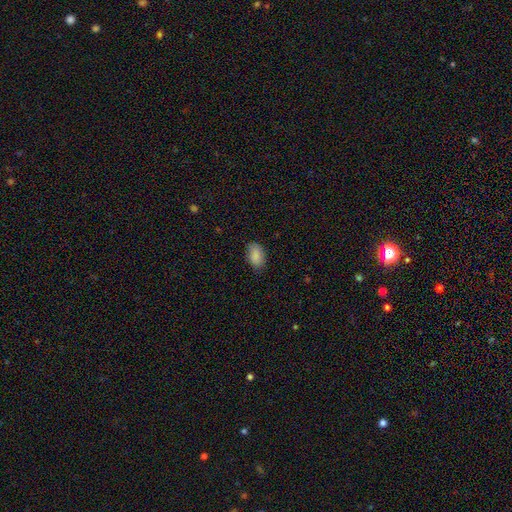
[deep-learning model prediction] A smooth galaxy with no disk features (88%) that is in between round and cigar-shaped (89%). Merging: none (78%).